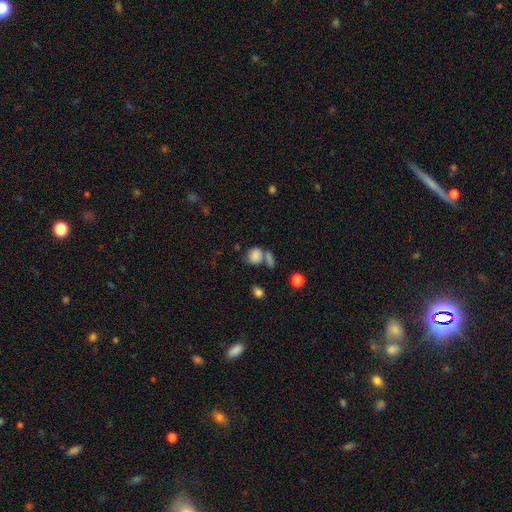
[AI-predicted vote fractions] Morphology: type=smooth (79%); roundness=round (60%); merging=none (40%).